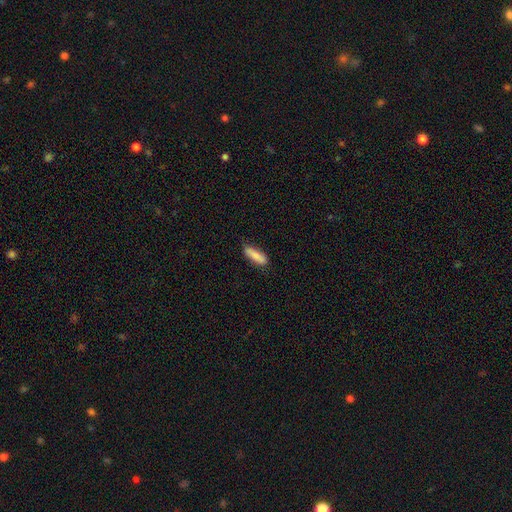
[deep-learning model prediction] Smooth or featured: smooth — 84% (featured or disk — 9%)
How rounded: cigar-shaped — 59% (in between — 39%)
Merging: none — 75% (minor disturbance — 20%)